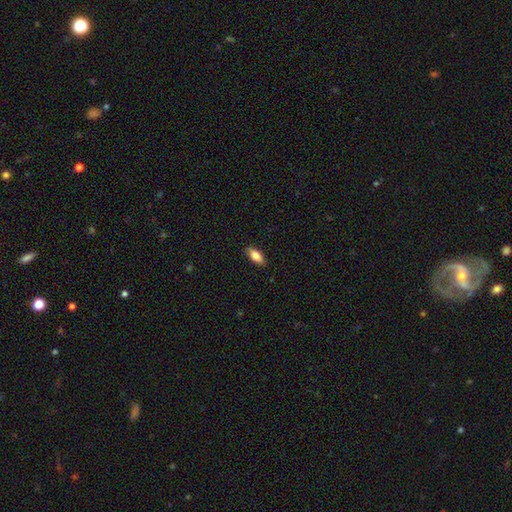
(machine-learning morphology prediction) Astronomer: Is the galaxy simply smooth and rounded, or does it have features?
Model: smooth — 82%.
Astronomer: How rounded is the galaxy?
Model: in between — 82%.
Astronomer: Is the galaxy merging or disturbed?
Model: none — 88%.